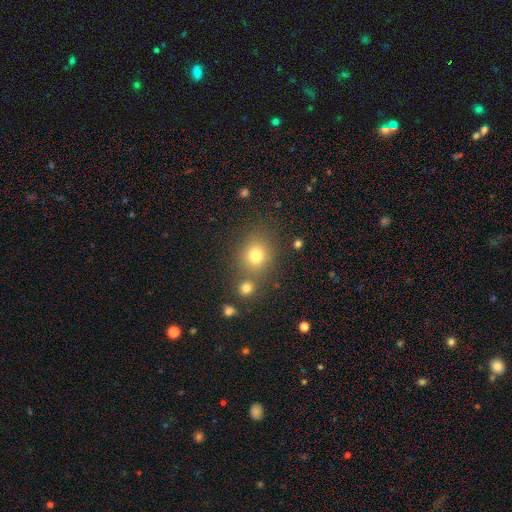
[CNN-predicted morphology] Smooth or featured?
  - smooth: 76% *
  - star or artifact: 15%
  - featured or disk: 9%
How rounded?
  - round: 74% *
  - in between: 25%
  - cigar-shaped: 1%
Merging?
  - none: 70% *
  - merger: 15%
  - minor disturbance: 11%
  - major disturbance: 4%